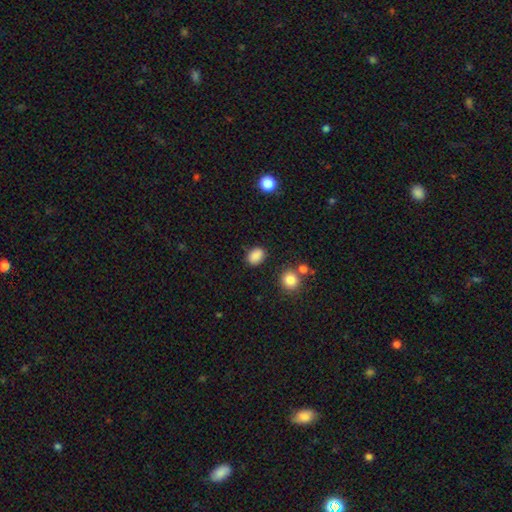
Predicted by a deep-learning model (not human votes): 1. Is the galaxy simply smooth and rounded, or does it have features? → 87% smooth, 10% star or artifact, 4% featured or disk.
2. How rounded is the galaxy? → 72% in between, 26% round, 1% cigar-shaped.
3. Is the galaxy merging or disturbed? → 83% none, 11% minor disturbance, 3% major disturbance, 3% merger.